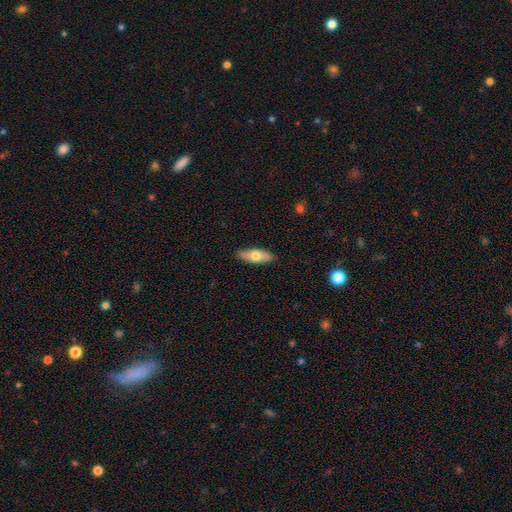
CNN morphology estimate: Smooth or featured?
  - smooth: 67% *
  - featured or disk: 27%
  - star or artifact: 6%
How rounded?
  - in between: 69% *
  - cigar-shaped: 28%
  - round: 3%
Merging?
  - none: 88% *
  - minor disturbance: 9%
  - major disturbance: 2%
  - merger: 1%